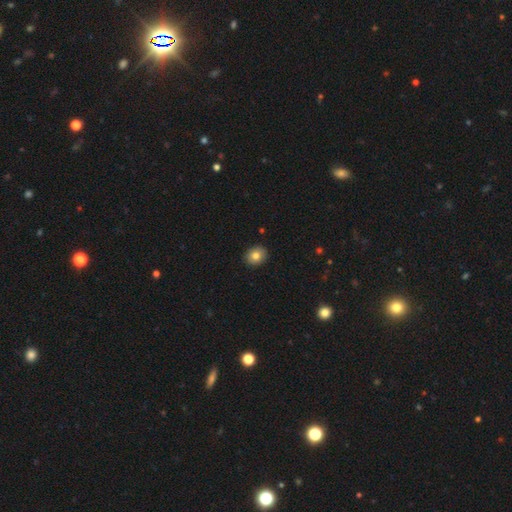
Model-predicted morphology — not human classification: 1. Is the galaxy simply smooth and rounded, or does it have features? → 81% smooth, 10% featured or disk, 9% star or artifact.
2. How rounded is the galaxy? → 68% round, 31% in between, 1% cigar-shaped.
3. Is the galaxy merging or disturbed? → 91% none, 6% minor disturbance, 2% major disturbance, 1% merger.